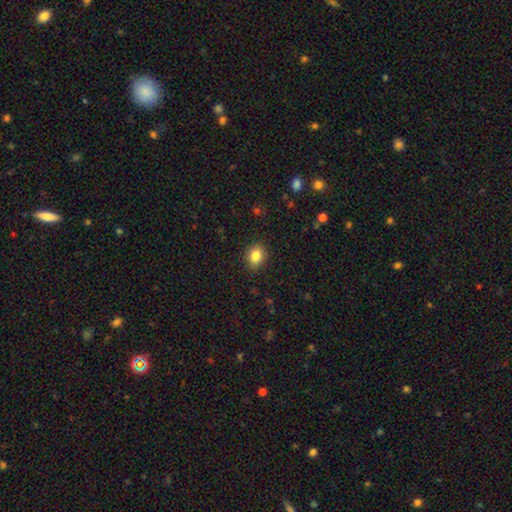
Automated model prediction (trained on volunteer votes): smooth-or-featured: smooth: 84% | star or artifact: 10% | featured or disk: 5%
  how-rounded: round: 55% | in between: 44% | cigar-shaped: 1%
  merging: none: 88% | minor disturbance: 8% | major disturbance: 2% | merger: 1%